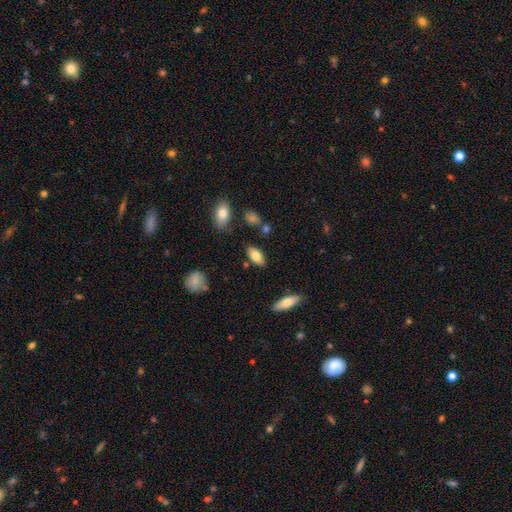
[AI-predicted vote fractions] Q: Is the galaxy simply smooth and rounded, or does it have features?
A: smooth — 78%.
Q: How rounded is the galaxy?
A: in between — 89%.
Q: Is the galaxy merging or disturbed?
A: none — 81%.